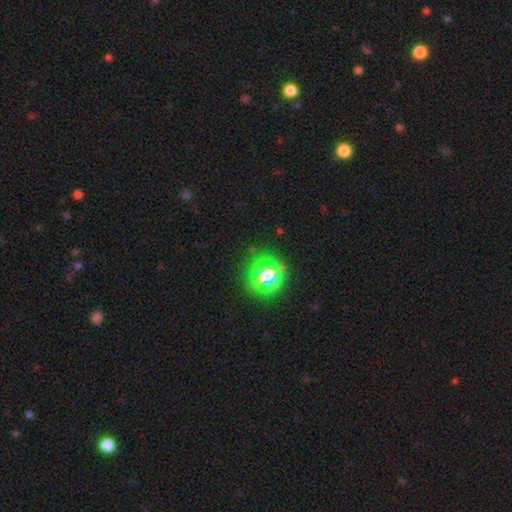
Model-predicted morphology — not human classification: smooth-or-featured: star or artifact: 67% | smooth: 27% | featured or disk: 6%